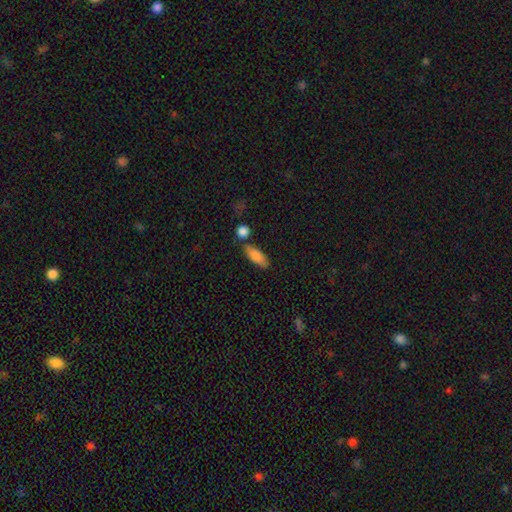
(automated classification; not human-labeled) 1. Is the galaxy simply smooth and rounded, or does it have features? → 83% smooth, 10% featured or disk, 6% star or artifact.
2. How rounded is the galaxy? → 69% in between, 28% cigar-shaped, 3% round.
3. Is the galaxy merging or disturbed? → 71% none, 14% minor disturbance, 12% merger, 4% major disturbance.